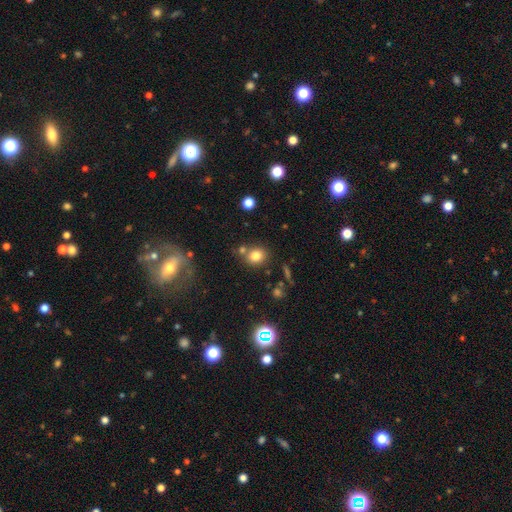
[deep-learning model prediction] smooth-or-featured: smooth: 79% | star or artifact: 13% | featured or disk: 8%
  how-rounded: round: 72% | in between: 27% | cigar-shaped: 1%
  merging: none: 67% | merger: 18% | minor disturbance: 11% | major disturbance: 4%